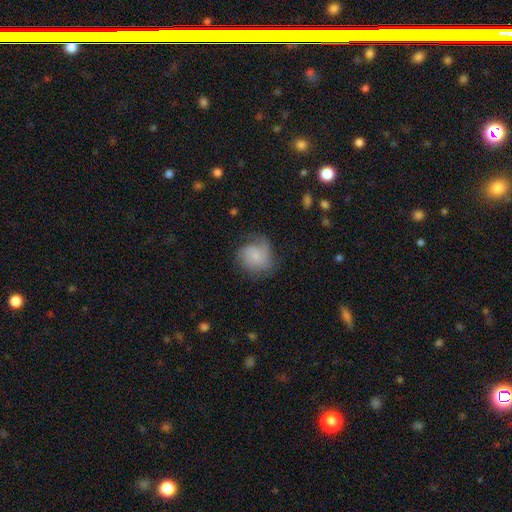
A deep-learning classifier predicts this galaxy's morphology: The model was most divided on "merging": none: 53%, minor disturbance: 28%, major disturbance: 16%, merger: 2%. More confident: how rounded — round (77%); smooth or featured — smooth (62%).